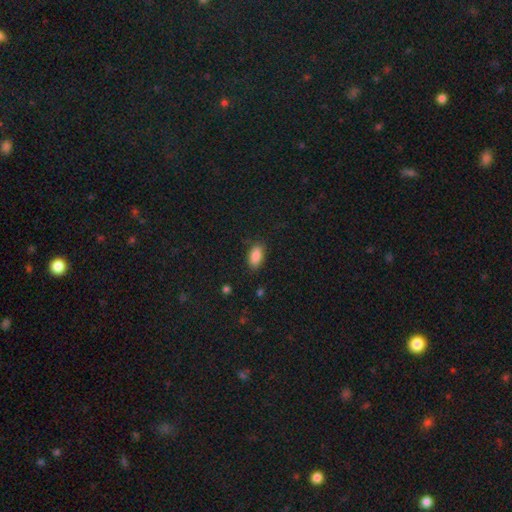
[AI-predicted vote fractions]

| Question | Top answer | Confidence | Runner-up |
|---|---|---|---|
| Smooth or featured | smooth | 88% | star or artifact (8%) |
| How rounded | in between | 92% | round (4%) |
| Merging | none | 84% | minor disturbance (12%) |